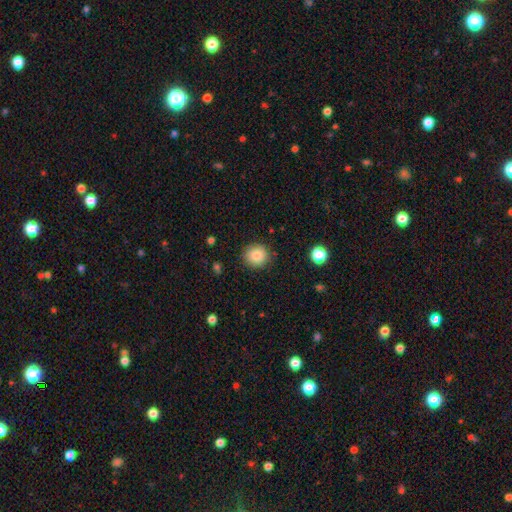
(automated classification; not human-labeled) Q: Smooth or featured?
A: smooth (86%); runner-up: star or artifact (9%)
Q: How rounded?
A: round (87%); runner-up: in between (12%)
Q: Merging?
A: none (88%); runner-up: minor disturbance (9%)